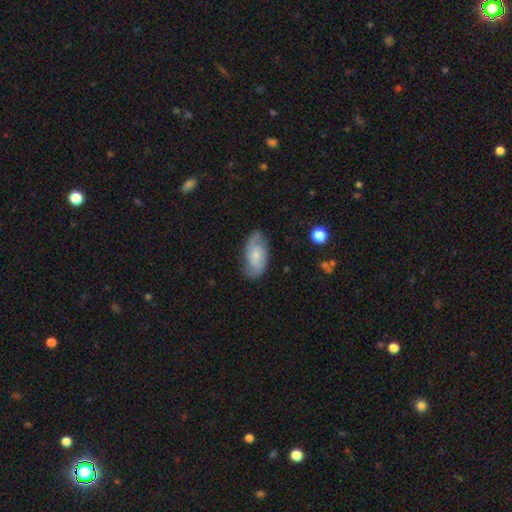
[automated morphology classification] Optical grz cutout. It shows a featured or disk galaxy (58%) with no bar (55%), spiral arms (89%) and a small central bulge (56%). Merging: none (78%).